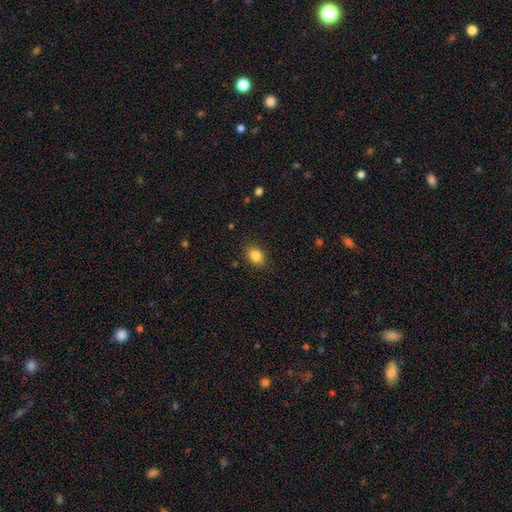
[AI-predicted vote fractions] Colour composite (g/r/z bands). It shows a smooth galaxy with no disk features (85%) that is in between round and cigar-shaped (70%). Merging: none (86%).